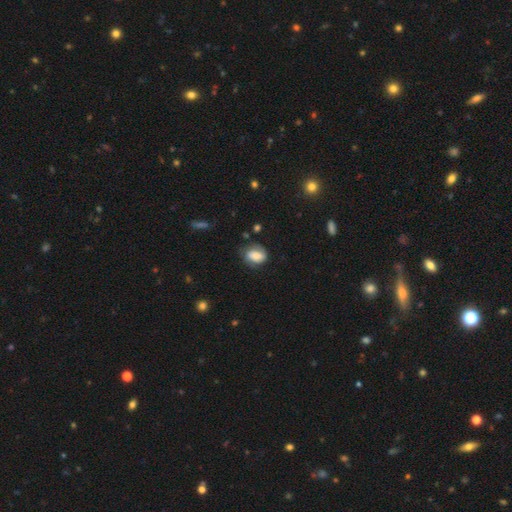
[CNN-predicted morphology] This is likely a smooth galaxy (68%). How rounded: likely in between (67%). Merging: likely none (60%).